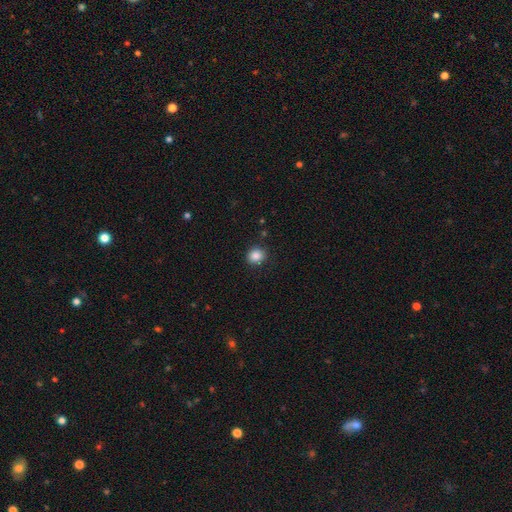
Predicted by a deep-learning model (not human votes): Smooth or featured: smooth — 86% (star or artifact — 10%)
How rounded: round — 82% (in between — 17%)
Merging: none — 89% (minor disturbance — 7%)